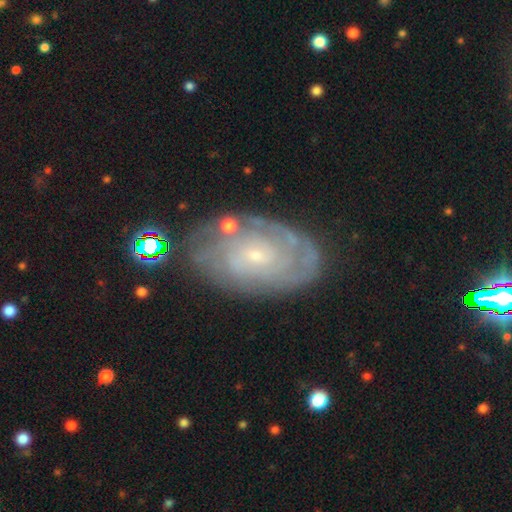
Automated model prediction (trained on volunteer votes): A featured or disk galaxy (79%) with no bar (73%), tight (76%) spiral arms (92%) and a small central bulge (82%). Merging: none (75%).